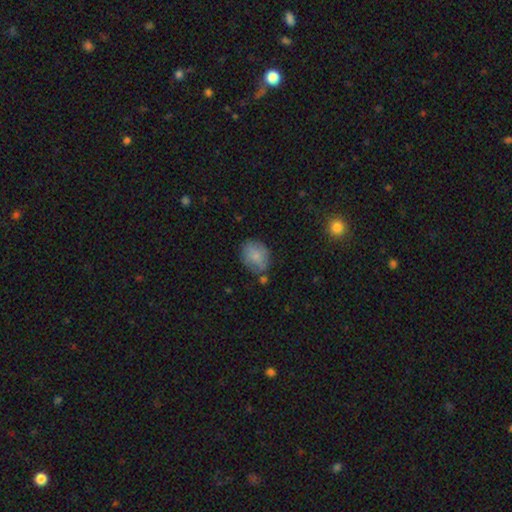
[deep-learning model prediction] Smooth or featured? Predicted: smooth (p=0.77). How rounded? Predicted: in between (p=0.53). Merging? Predicted: none (p=0.63).